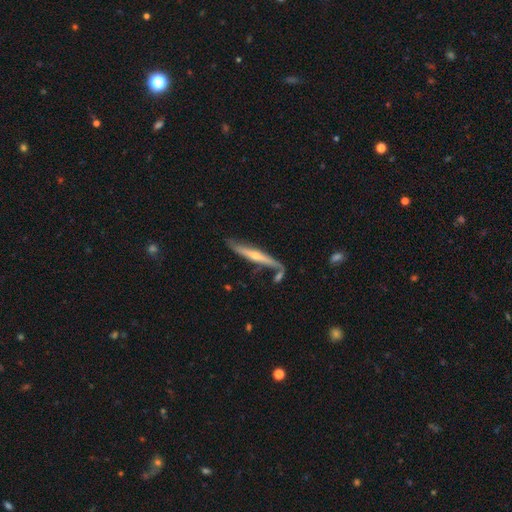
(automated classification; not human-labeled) This appears to be a featured or disk galaxy (69%) viewed edge-on (90%) with a rounded central bulge (77%). Merging: none (61%).